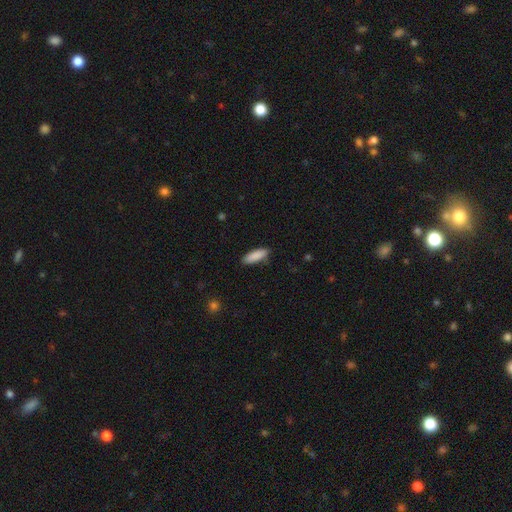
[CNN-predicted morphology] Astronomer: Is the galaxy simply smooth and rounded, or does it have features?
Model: smooth — 88%.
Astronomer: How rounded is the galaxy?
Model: in between — 54% (runner-up: cigar-shaped, 45%).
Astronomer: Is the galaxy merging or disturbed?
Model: none — 85%.